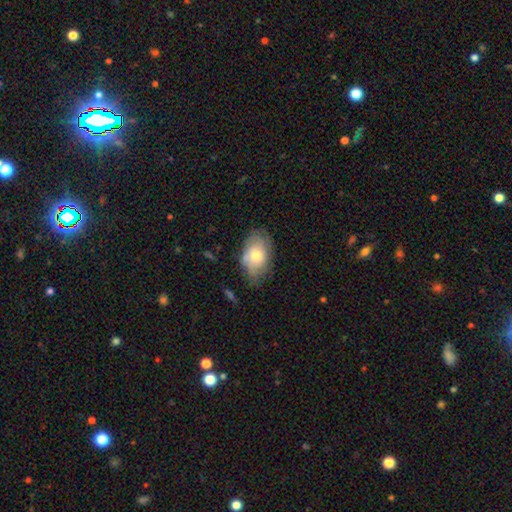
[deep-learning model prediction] smooth_or_featured: smooth (p=0.58) [alt: featured or disk p=0.35]
how_rounded: in between (p=0.88) [alt: round p=0.10]
merging: none (p=0.65) [alt: minor disturbance p=0.26]